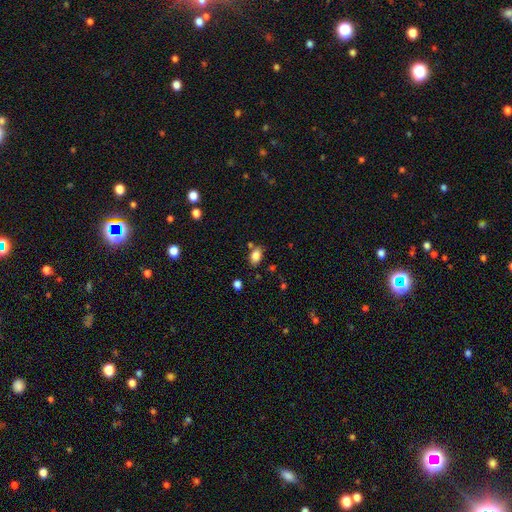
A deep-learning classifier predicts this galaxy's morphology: Smooth or featured?
  - smooth: 83% *
  - star or artifact: 10%
  - featured or disk: 7%
How rounded?
  - in between: 86% *
  - round: 12%
  - cigar-shaped: 2%
Merging?
  - none: 75% *
  - minor disturbance: 14%
  - merger: 7%
  - major disturbance: 3%